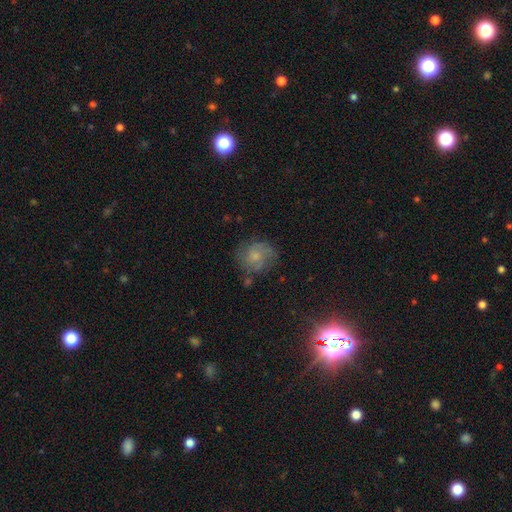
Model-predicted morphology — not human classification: This appears to be a featured or disk galaxy (46%). Merging: none (63%).